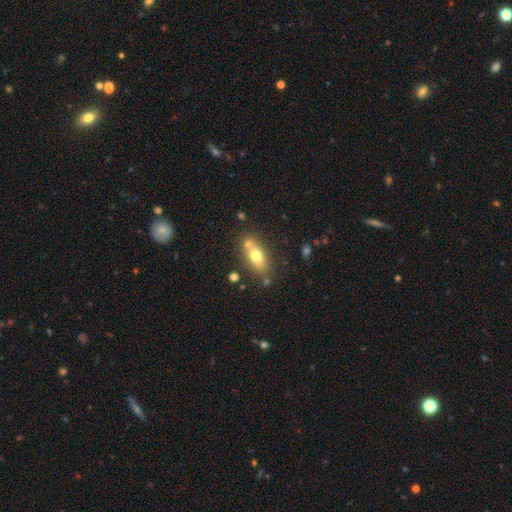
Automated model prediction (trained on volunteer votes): smooth 69%, featured or disk 21%, star or artifact 9%. Down the decision tree: how rounded — in between (79%); merging — none (65%).